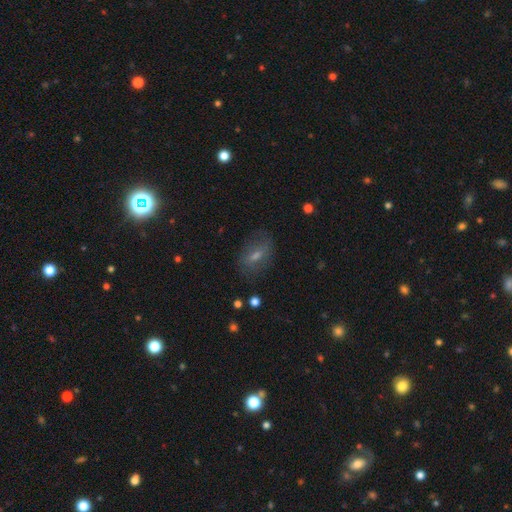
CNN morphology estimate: Overall: smooth (45%; featured or disk 34%). Merging: none (73%).